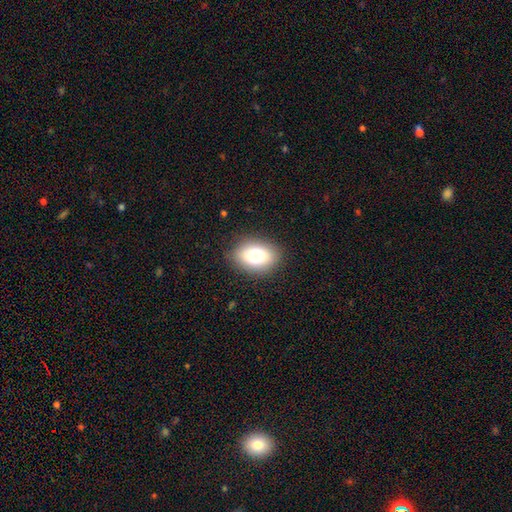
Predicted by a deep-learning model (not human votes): A smooth galaxy with no disk features (77%) that is in between round and cigar-shaped (78%).

Vote fractions:
- Smooth or featured? smooth: 77% / featured or disk: 13% / star or artifact: 10%
- How rounded? in between: 78% / round: 21% / cigar-shaped: 1%
- Merging? none: 85% / minor disturbance: 11% / major disturbance: 3% / merger: 1%